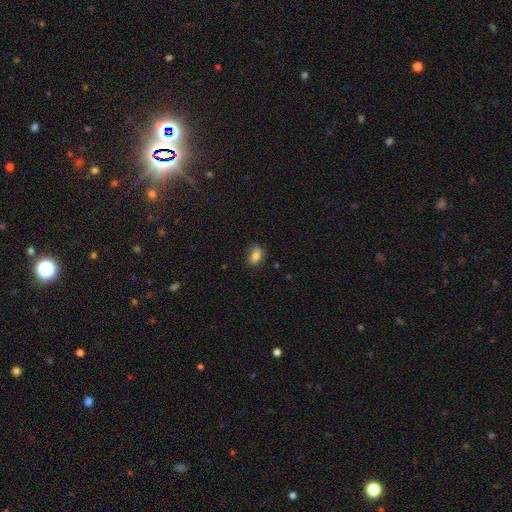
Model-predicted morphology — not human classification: This appears to be a smooth galaxy with no disk features (81%) that is in between round and cigar-shaped (80%). Merging: none (78%).